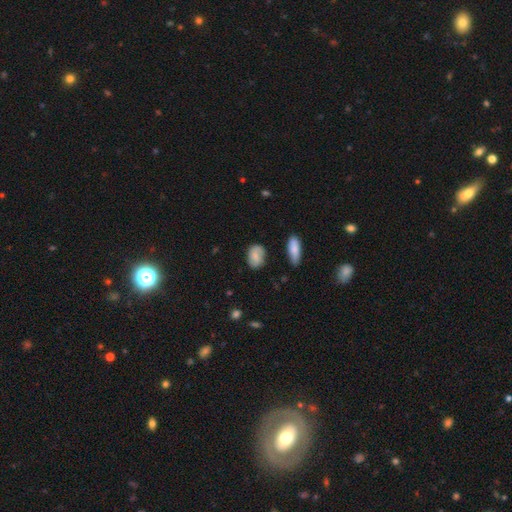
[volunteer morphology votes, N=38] Smooth or featured? smooth (79%)
How rounded? in between (70%)
Merging? none (86%)